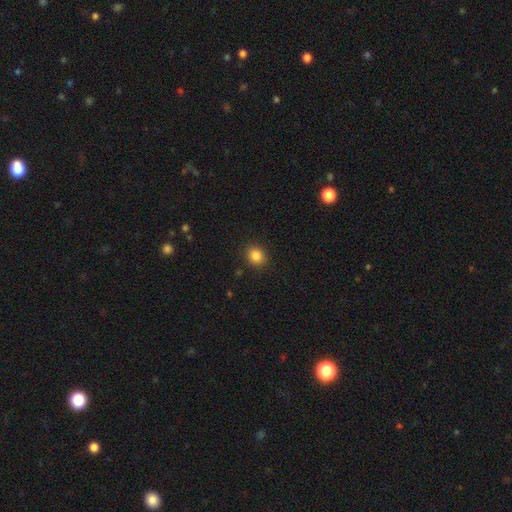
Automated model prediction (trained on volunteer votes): Overall: smooth (86%). How rounded: round (69%; in between 30%). Merging: none (89%).